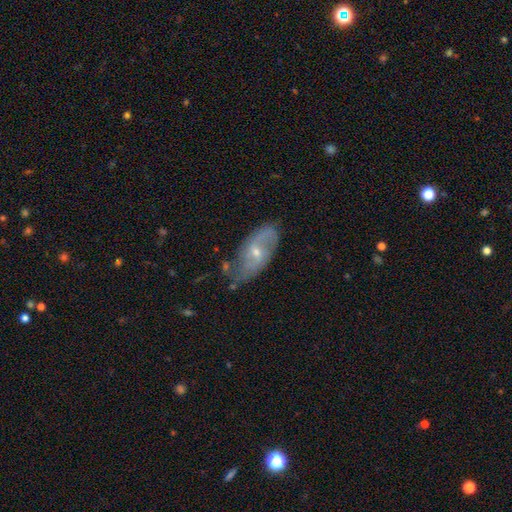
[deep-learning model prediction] A featured or disk galaxy (67%) with no bar (66%), spiral arms (81%) and a moderate central bulge (48%). Merging: none (71%).